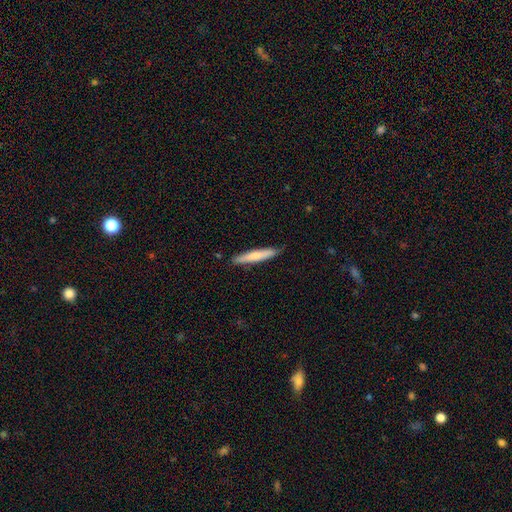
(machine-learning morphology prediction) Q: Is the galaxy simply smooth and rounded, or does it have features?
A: smooth — 67%.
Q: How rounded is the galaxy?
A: cigar-shaped — 93%.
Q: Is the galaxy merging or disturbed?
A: none — 85%.